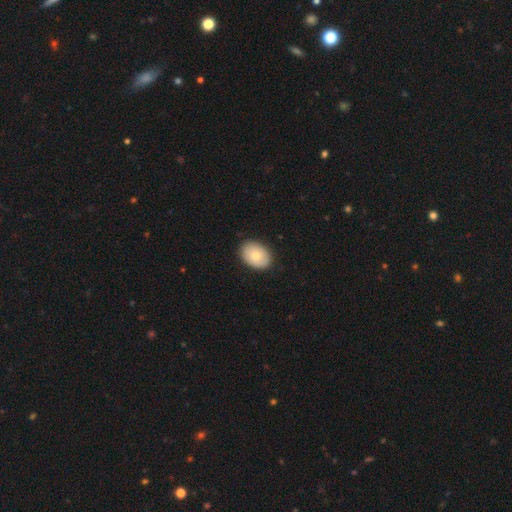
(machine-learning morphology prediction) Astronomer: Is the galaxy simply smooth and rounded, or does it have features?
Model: smooth — 77%.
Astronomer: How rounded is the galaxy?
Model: in between — 77%.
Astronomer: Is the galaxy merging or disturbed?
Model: none — 87%.